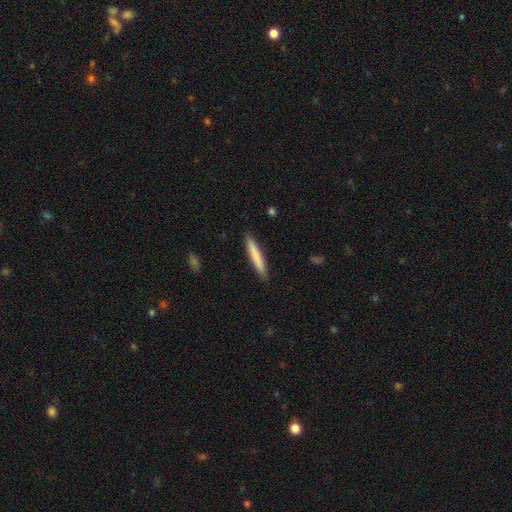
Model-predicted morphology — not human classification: Q: Smooth or featured?
A: smooth (78%); runner-up: featured or disk (16%)
Q: How rounded?
A: cigar-shaped (94%); runner-up: in between (5%)
Q: Merging?
A: none (90%); runner-up: minor disturbance (7%)